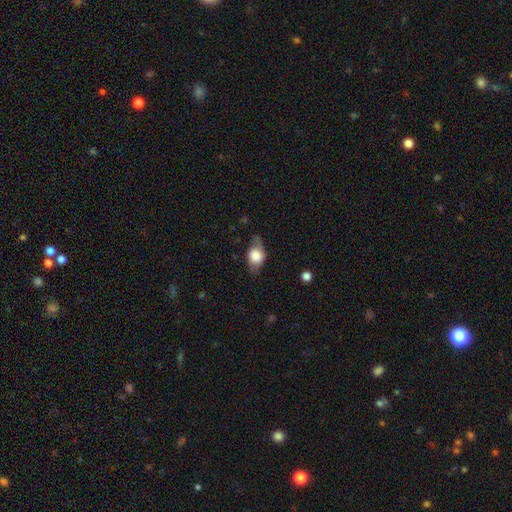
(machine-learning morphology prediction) smooth-or-featured: smooth: 63% | featured or disk: 29% | star or artifact: 8%
  how-rounded: in between: 71% | round: 26% | cigar-shaped: 4%
  merging: none: 61% | minor disturbance: 27% | major disturbance: 11% | merger: 2%